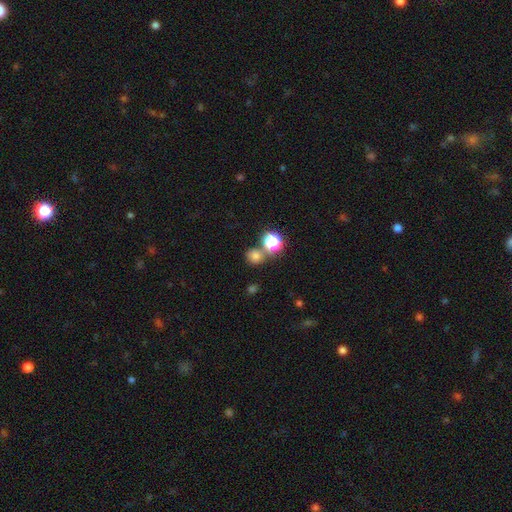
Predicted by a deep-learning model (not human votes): Smooth or featured? Predicted: smooth (p=0.69). How rounded? Predicted: round (p=0.86). Merging? Predicted: none (p=0.69).